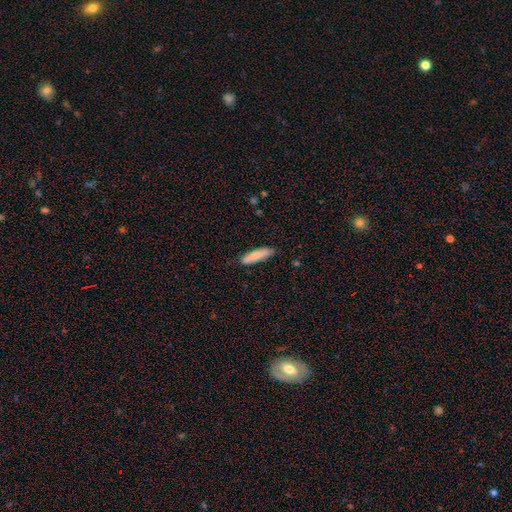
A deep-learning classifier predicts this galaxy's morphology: A smooth galaxy with no disk features (77%) that is cigar-shaped (75%).

Vote fractions:
- Smooth or featured? smooth: 77% / featured or disk: 18% / star or artifact: 6%
- How rounded? cigar-shaped: 75% / in between: 24% / round: 1%
- Merging? none: 82% / minor disturbance: 14% / major disturbance: 2% / merger: 2%